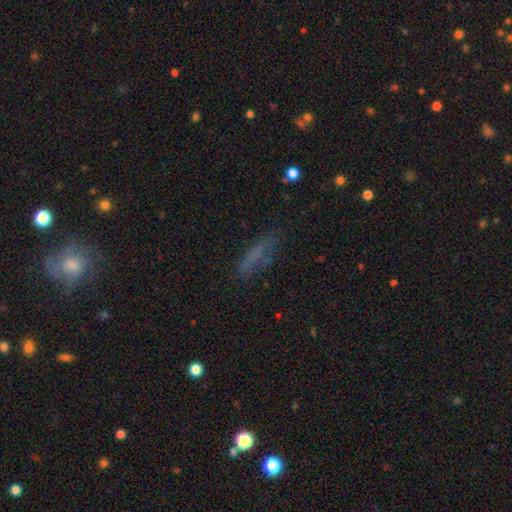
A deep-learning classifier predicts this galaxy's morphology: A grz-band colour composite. It shows a smooth galaxy with no disk features (63%) that is cigar-shaped (64%). Merging: none (69%).